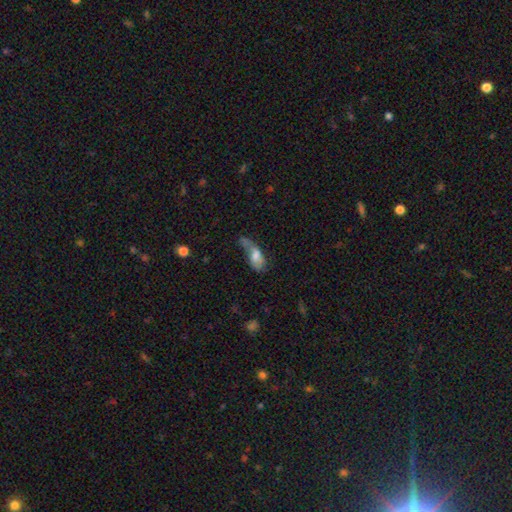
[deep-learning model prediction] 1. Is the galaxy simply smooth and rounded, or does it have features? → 59% smooth, 32% featured or disk, 9% star or artifact.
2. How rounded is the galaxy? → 80% in between, 16% cigar-shaped, 5% round.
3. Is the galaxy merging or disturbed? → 40% major disturbance, 27% minor disturbance, 23% none, 10% merger.